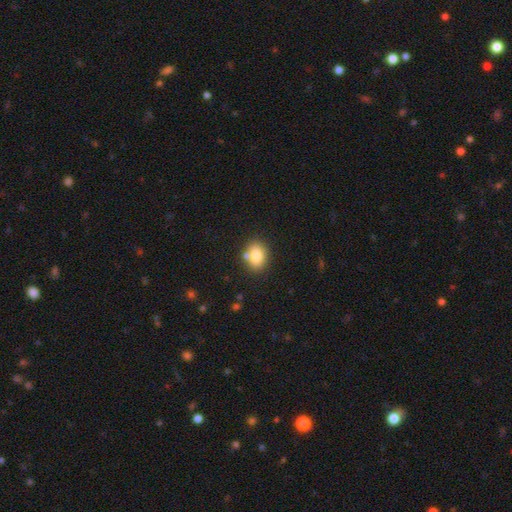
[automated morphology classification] This appears to be a smooth galaxy with no disk features (81%) that is in between round and cigar-shaped (63%). Merging: none (72%).